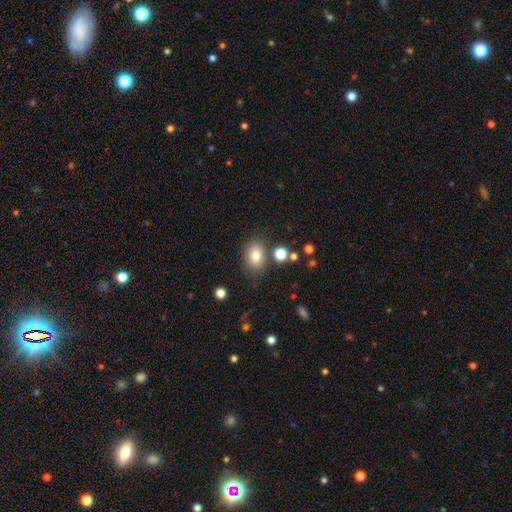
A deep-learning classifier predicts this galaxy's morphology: A smooth galaxy with no disk features (80%) that is in between round and cigar-shaped (70%).

Vote fractions:
- Smooth or featured? smooth: 80% / star or artifact: 11% / featured or disk: 10%
- How rounded? in between: 70% / round: 29% / cigar-shaped: 1%
- Merging? none: 78% / minor disturbance: 12% / merger: 6% / major disturbance: 4%